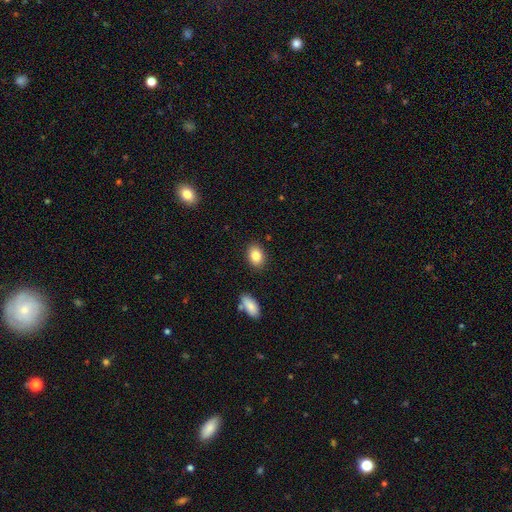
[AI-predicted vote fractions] This is clearly a smooth galaxy (85%). How rounded: likely in between (76%). Merging: clearly none (86%).